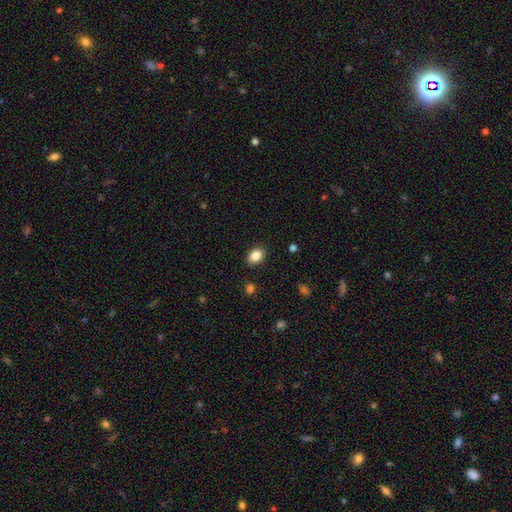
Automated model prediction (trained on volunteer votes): Smooth or featured? Predicted: smooth (p=0.86). How rounded? Predicted: in between (p=0.82). Merging? Predicted: none (p=0.89).